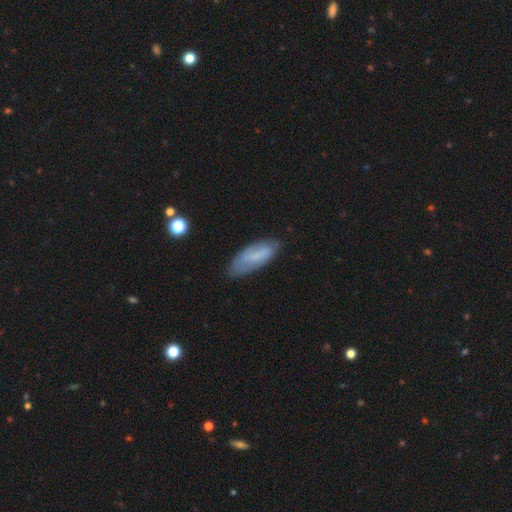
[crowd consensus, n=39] Smooth or featured? smooth (74%)
How rounded? in between (83%)
Merging? none (62%)